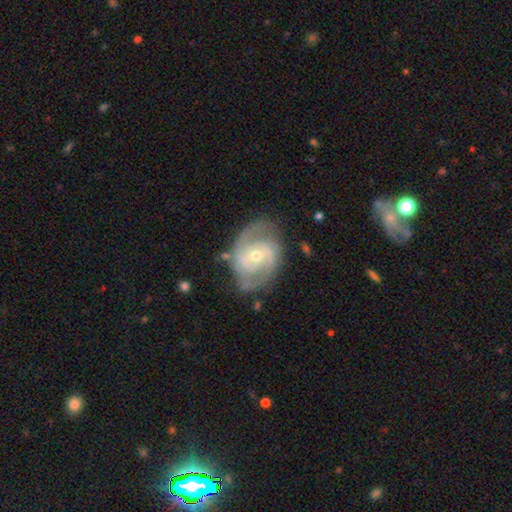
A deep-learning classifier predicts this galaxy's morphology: A featured or disk galaxy (88%) with no bar (45%), 2 (71%) tight (48%) spiral arms (96%) and a moderate central bulge (53%). Merging: none (69%).